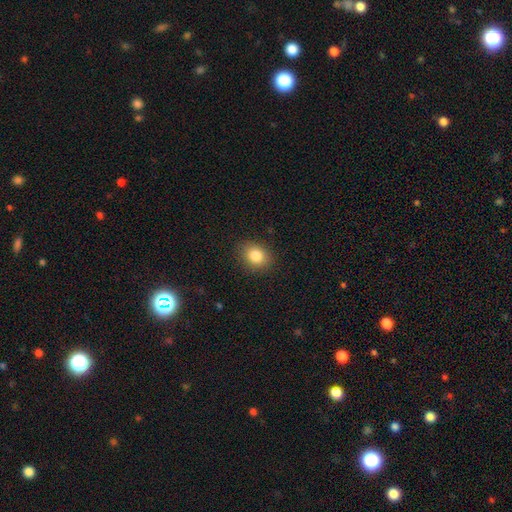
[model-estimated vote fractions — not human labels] Smooth or featured? smooth (83%)
How rounded? round (55%)
Merging? none (87%)